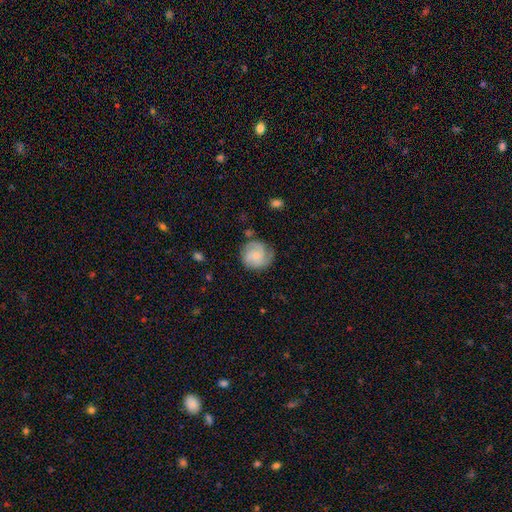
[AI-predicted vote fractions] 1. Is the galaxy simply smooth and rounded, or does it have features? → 64% featured or disk, 29% smooth, 7% star or artifact.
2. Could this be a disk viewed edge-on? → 98% no, 2% yes.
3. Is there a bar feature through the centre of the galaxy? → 68% no, 28% weak, 4% strong.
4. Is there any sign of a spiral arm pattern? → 93% yes, 7% no.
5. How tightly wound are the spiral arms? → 48% tight, 40% medium, 12% loose.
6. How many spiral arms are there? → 39% 3, 25% 2, 20% can't tell, 7% 4, 5% 1, 4% more than 4.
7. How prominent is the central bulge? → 62% small, 21% moderate, 13% none, 2% large, 1% dominant.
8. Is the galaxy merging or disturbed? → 72% none, 19% minor disturbance, 7% major disturbance, 2% merger.